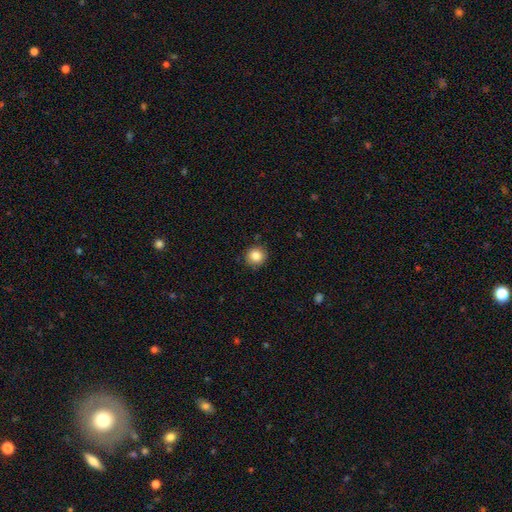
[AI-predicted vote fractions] Overall: smooth (85%). How rounded: round (93%). Merging: none (89%).